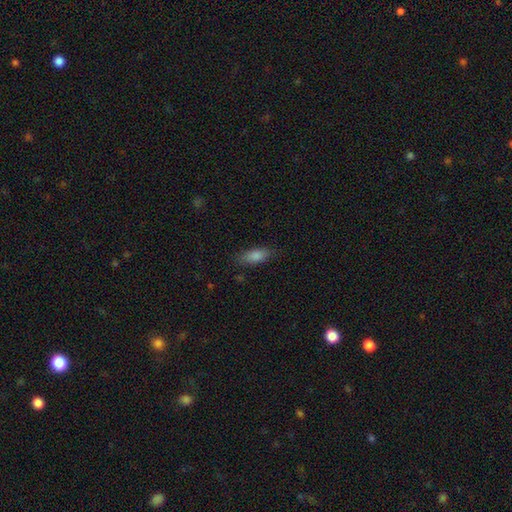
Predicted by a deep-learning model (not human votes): Smooth or featured? Predicted: smooth (p=0.81). How rounded? Predicted: in between (p=0.73). Merging? Predicted: none (p=0.83).